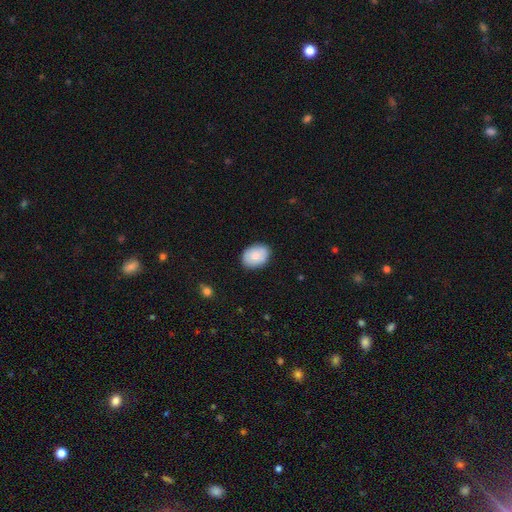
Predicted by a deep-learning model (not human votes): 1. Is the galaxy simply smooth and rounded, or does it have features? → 83% smooth, 11% featured or disk, 6% star or artifact.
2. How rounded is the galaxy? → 75% in between, 24% round, 1% cigar-shaped.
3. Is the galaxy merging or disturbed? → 85% none, 12% minor disturbance, 2% major disturbance, 1% merger.